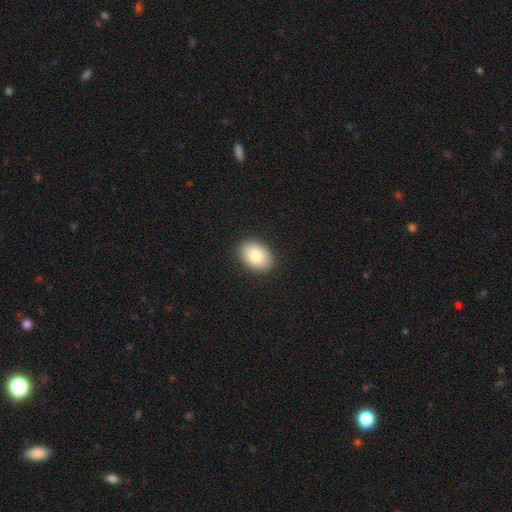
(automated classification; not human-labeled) A smooth galaxy with no disk features (84%) that is in between round and cigar-shaped (81%).

Vote fractions:
- Smooth or featured? smooth: 84% / featured or disk: 9% / star or artifact: 7%
- How rounded? in between: 81% / round: 18% / cigar-shaped: 1%
- Merging? none: 90% / minor disturbance: 7% / major disturbance: 2% / merger: 1%